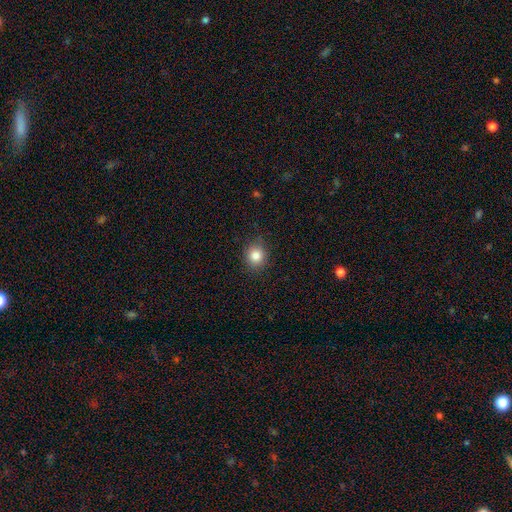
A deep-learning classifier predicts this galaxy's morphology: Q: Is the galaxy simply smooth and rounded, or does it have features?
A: smooth — 84%.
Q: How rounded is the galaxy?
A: round — 81%.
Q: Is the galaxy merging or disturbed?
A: none — 85%.